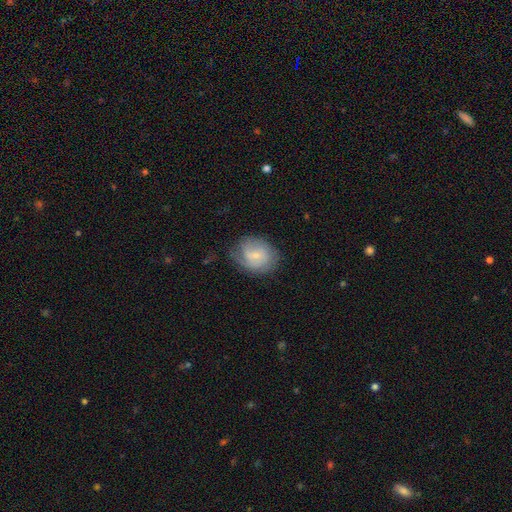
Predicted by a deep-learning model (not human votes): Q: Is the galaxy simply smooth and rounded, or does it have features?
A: smooth — 47%.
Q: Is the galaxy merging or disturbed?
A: none — 59%.